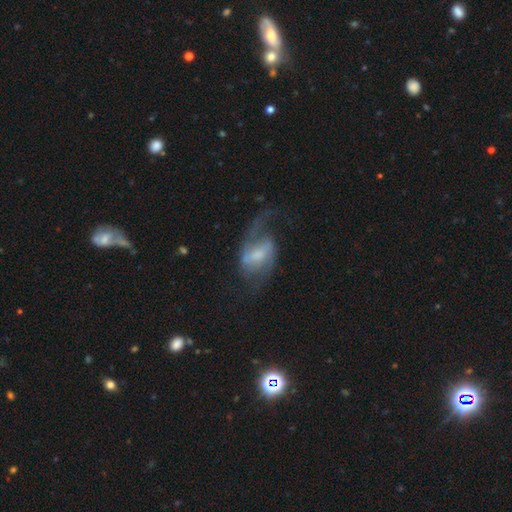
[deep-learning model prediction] This appears to be a featured or disk galaxy (80%) with a weak bar (52%), 2 (81%) loose (52%) spiral arms (92%) and a moderate central bulge (40%). Merging: none (55%).